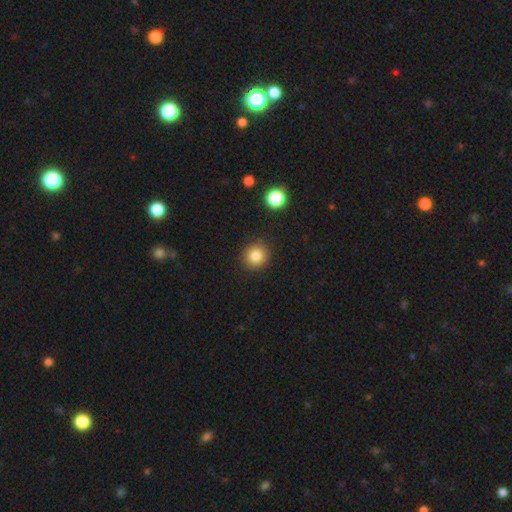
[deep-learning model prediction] Smooth or featured? smooth (84%)
How rounded? round (91%)
Merging? none (90%)